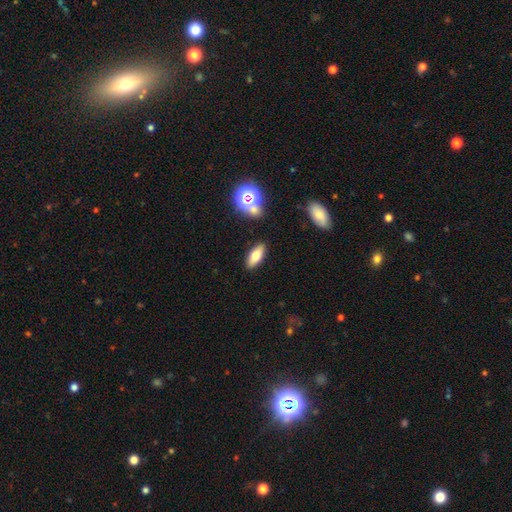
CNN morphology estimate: smooth 66%, featured or disk 24%, star or artifact 10%. Down the decision tree: how rounded — in between (74%); merging — none (87%).